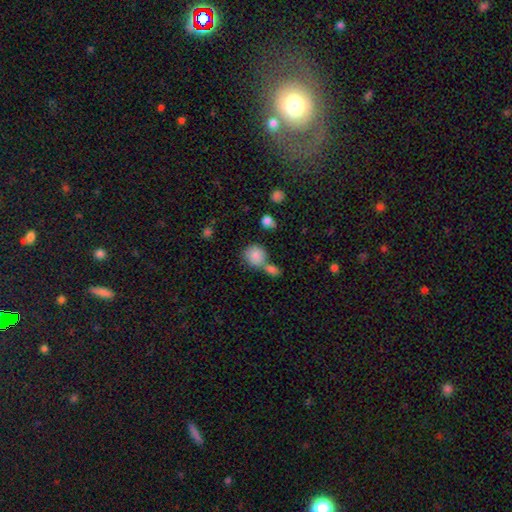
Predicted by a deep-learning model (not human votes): A smooth galaxy with no disk features (85%) that is round (83%). Merging: none (52%).